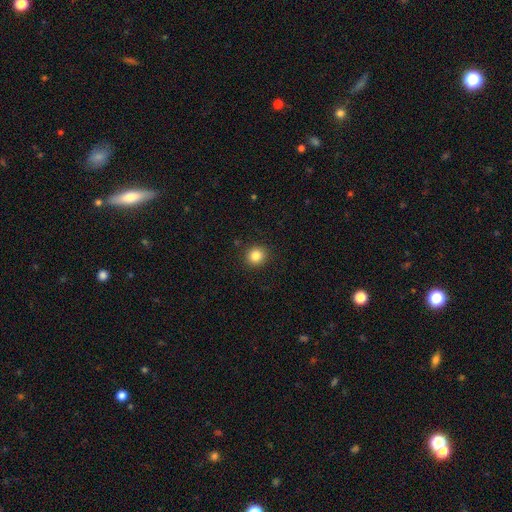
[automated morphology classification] The model was most divided on "smooth or featured": smooth: 84%, star or artifact: 11%, featured or disk: 5%. More confident: merging — none (91%); how rounded — round (88%).